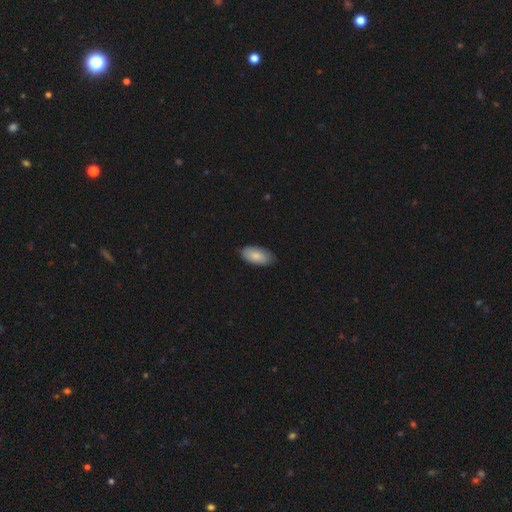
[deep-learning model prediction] Morphology: type=smooth (85%); roundness=in between (94%); merging=none (83%).